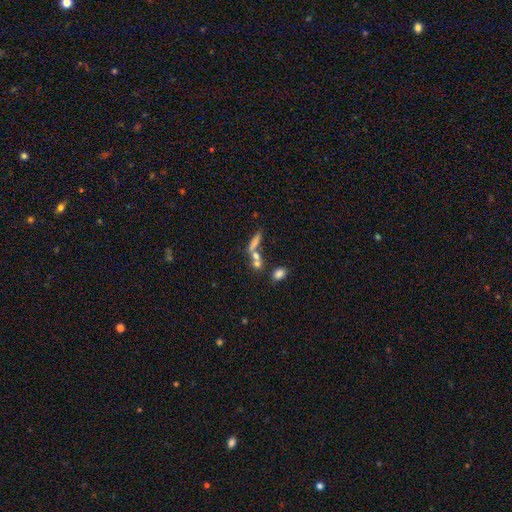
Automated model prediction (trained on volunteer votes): Smooth or featured: smooth — 61% (featured or disk — 25%)
How rounded: cigar-shaped — 44% (in between — 36%)
Merging: merger — 45% (none — 37%)